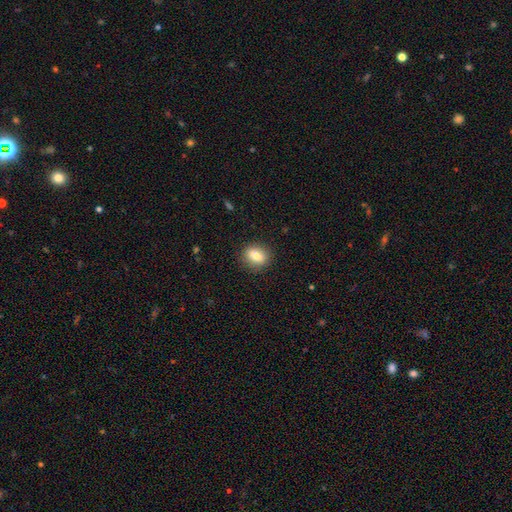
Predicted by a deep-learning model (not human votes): The model was most divided on "how rounded" (2-way tie): in between: 49%, round: 49%, cigar-shaped: 2%. More confident: merging — none (88%); smooth or featured — smooth (81%).